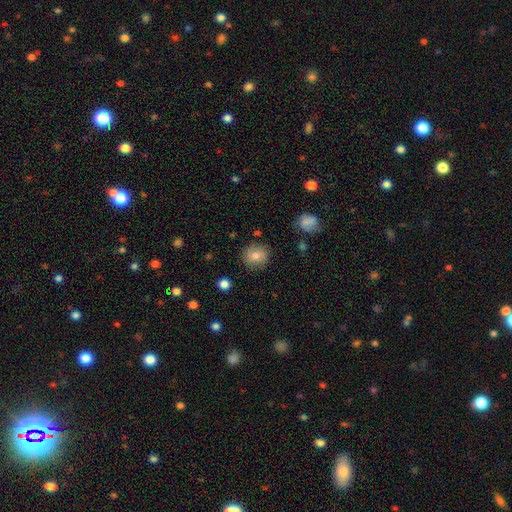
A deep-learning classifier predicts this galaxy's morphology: type=smooth (76%); roundness=round (83%); merging=none (84%).